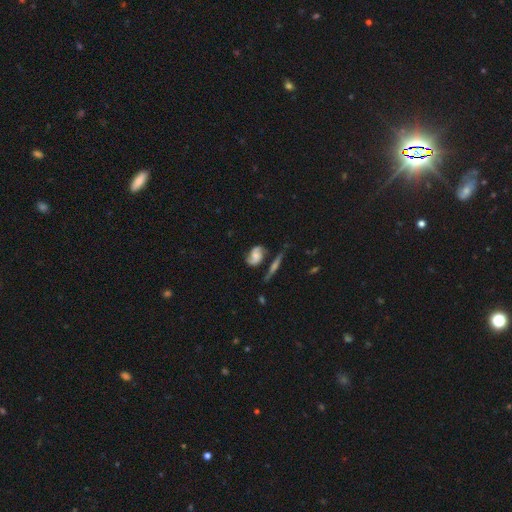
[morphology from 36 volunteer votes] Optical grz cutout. It shows a featured or disk galaxy (78%) with a weak bar (50%), 2 (100%) medium (52%) spiral arms (88%) and a moderate central bulge (38%, tied with small). Merging: none (82%).